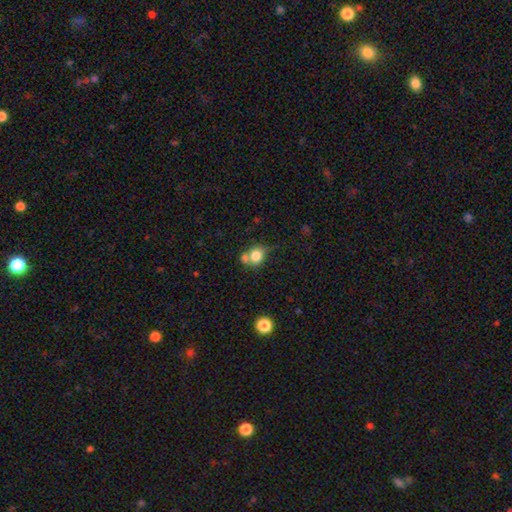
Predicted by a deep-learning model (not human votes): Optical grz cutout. It shows a smooth galaxy with no disk features (77%) that is round (75%). Merging: none (42%).